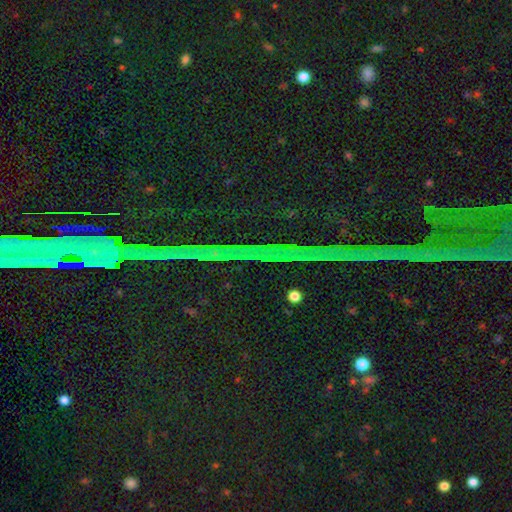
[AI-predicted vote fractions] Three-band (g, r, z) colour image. It shows a star or artifact, not a galaxy (87%).